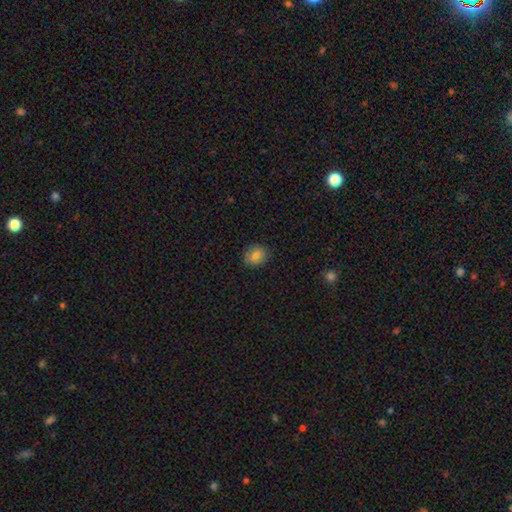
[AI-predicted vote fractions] smooth-or-featured: smooth: 80% | star or artifact: 10% | featured or disk: 10%
  how-rounded: round: 71% | in between: 28% | cigar-shaped: 1%
  merging: none: 85% | minor disturbance: 12% | major disturbance: 3% | merger: 1%